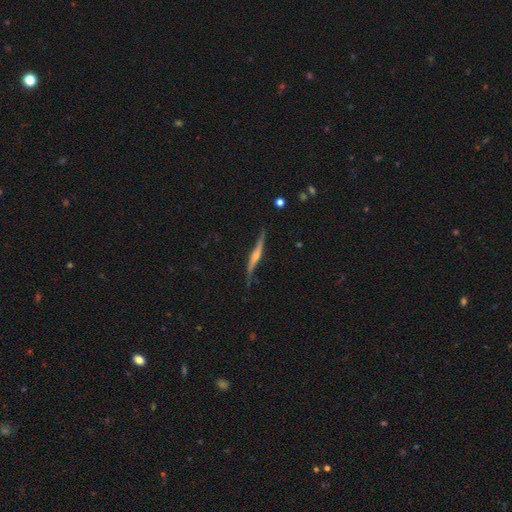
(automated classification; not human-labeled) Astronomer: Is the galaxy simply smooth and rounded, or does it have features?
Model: featured or disk — 77%.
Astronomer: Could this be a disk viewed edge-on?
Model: yes — 91%.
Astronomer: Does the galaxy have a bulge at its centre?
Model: rounded — 73%.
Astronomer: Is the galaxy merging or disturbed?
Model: none — 72%.